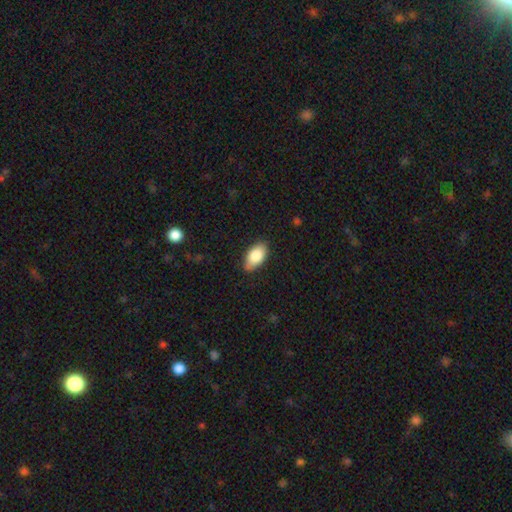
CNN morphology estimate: Smooth or featured: smooth — 82% (featured or disk — 12%)
How rounded: in between — 93% (round — 3%)
Merging: none — 82% (minor disturbance — 15%)